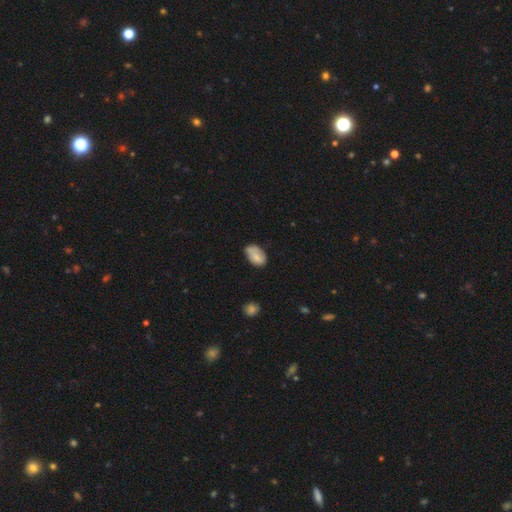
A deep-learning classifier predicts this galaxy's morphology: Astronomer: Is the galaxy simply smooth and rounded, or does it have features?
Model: smooth — 72%.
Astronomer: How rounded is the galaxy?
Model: in between — 90%.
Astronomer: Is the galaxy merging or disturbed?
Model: none — 46% (runner-up: minor disturbance, 36%).